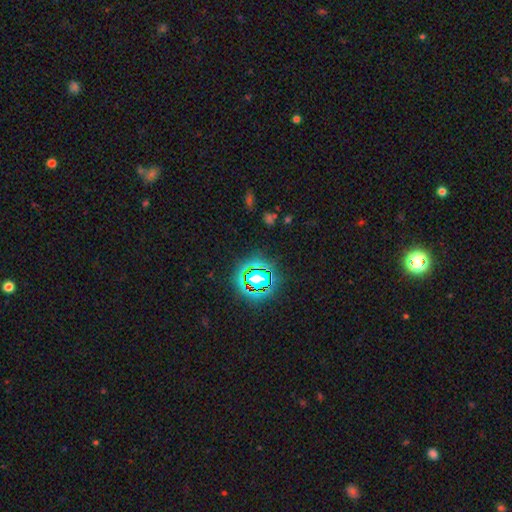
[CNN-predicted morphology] smooth-or-featured: star or artifact: 77% | smooth: 15% | featured or disk: 8%